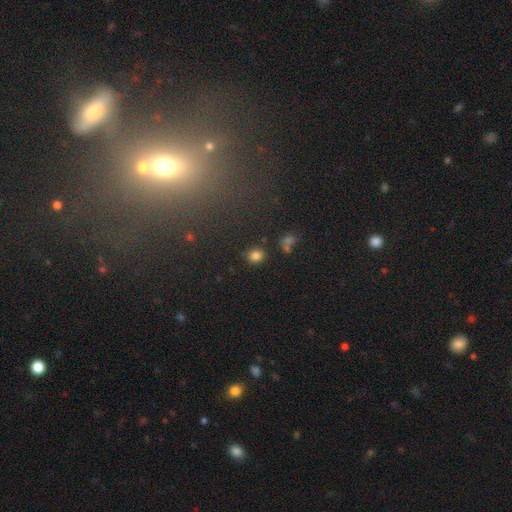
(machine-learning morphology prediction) Smooth or featured?
  - smooth: 81% *
  - star or artifact: 14%
  - featured or disk: 5%
How rounded?
  - round: 65% *
  - in between: 34%
  - cigar-shaped: 1%
Merging?
  - none: 84% *
  - minor disturbance: 9%
  - merger: 5%
  - major disturbance: 3%